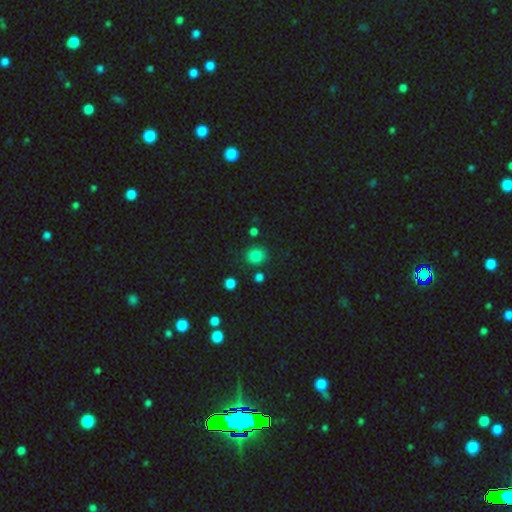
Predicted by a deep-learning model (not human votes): A smooth galaxy with no disk features (82%) that is round (83%). Merging: none (81%).